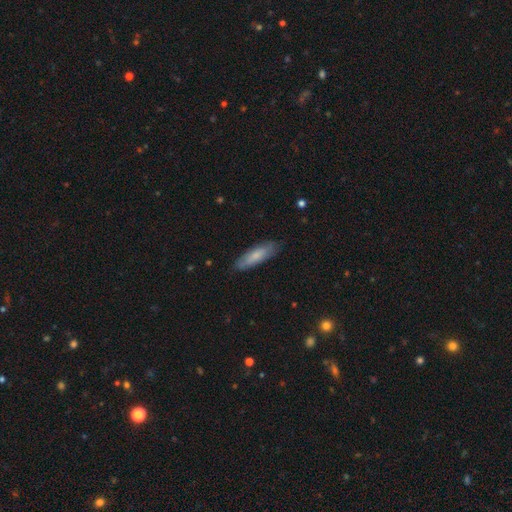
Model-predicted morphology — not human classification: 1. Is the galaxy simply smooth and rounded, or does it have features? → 67% smooth, 27% featured or disk, 6% star or artifact.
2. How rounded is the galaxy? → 54% cigar-shaped, 44% in between, 2% round.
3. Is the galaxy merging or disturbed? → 81% none, 15% minor disturbance, 3% major disturbance, 1% merger.